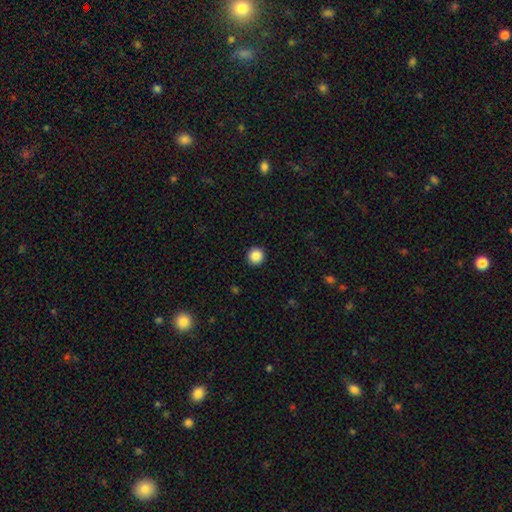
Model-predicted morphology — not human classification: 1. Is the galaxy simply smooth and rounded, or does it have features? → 87% smooth, 9% star or artifact, 4% featured or disk.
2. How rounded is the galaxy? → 96% round, 3% in between, 1% cigar-shaped.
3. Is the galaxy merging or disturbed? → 94% none, 4% minor disturbance, 1% major disturbance, 1% merger.